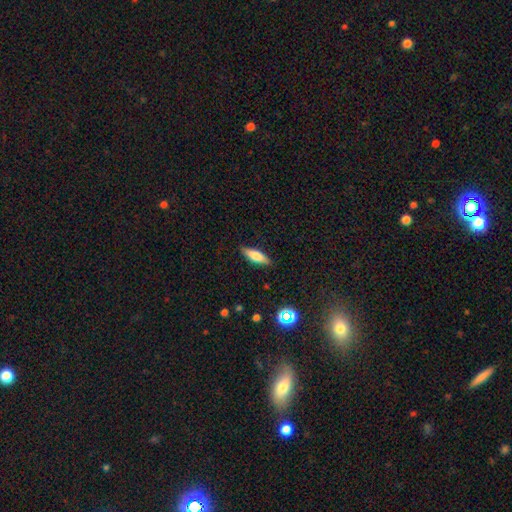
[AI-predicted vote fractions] smooth 69%, featured or disk 23%, star or artifact 8%. Down the decision tree: how rounded — cigar-shaped (49%, tied with in between); merging — none (87%).